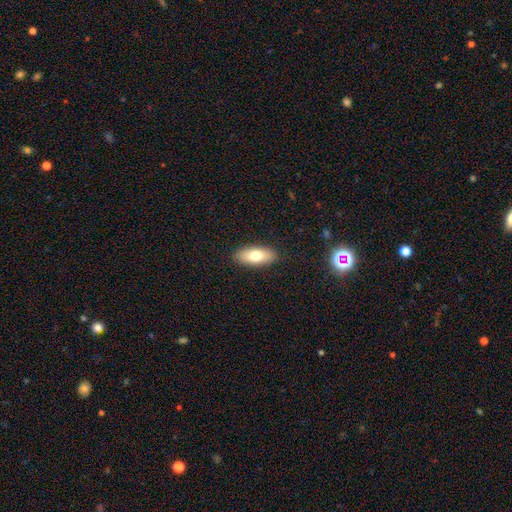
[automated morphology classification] smooth-or-featured: smooth: 73% | featured or disk: 20% | star or artifact: 7%
  how-rounded: in between: 79% | cigar-shaped: 18% | round: 3%
  merging: none: 89% | minor disturbance: 8% | major disturbance: 2% | merger: 1%